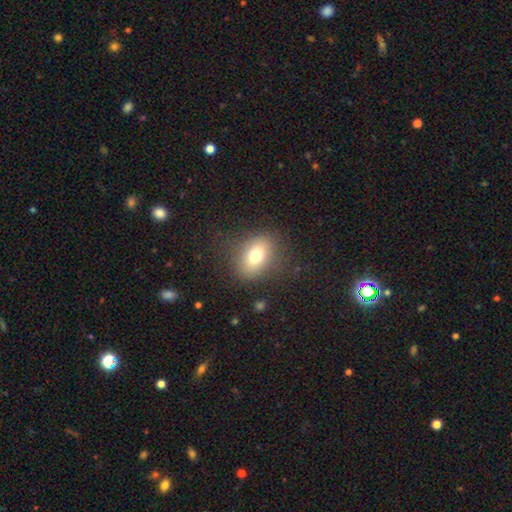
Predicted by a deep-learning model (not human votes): smooth-or-featured: smooth: 72% | featured or disk: 16% | star or artifact: 12%
  how-rounded: in between: 63% | round: 35% | cigar-shaped: 2%
  merging: none: 82% | minor disturbance: 11% | major disturbance: 6% | merger: 1%